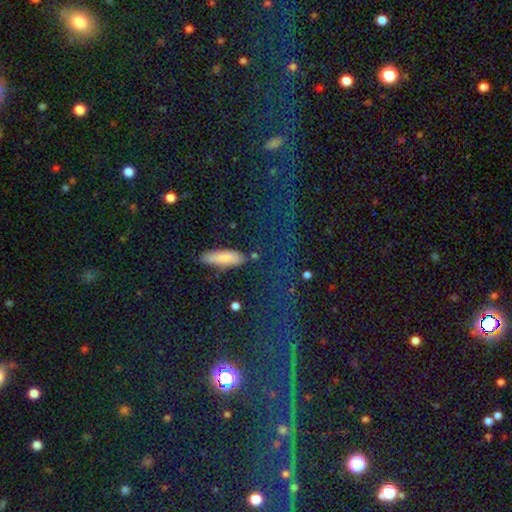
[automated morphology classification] smooth_or_featured: smooth (p=0.69) [alt: star or artifact p=0.17]
how_rounded: cigar-shaped (p=0.56) [alt: in between p=0.38]
merging: none (p=0.71) [alt: minor disturbance p=0.15]